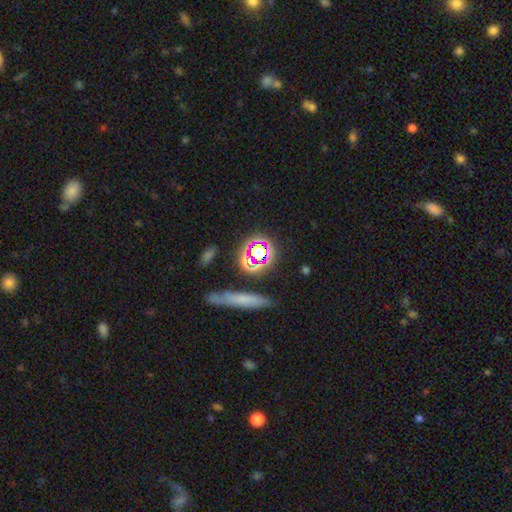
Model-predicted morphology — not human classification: Smooth or featured: star or artifact — 49% (smooth — 36%)